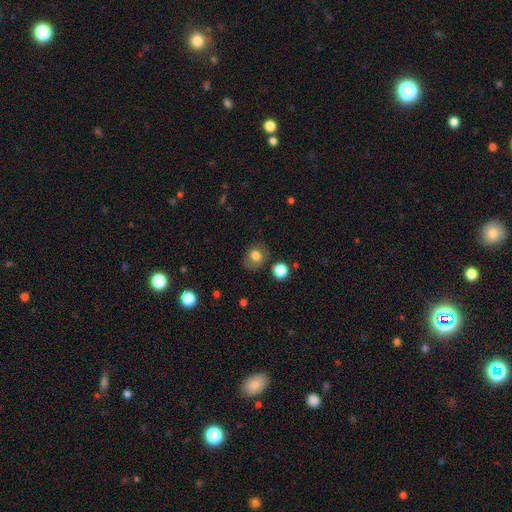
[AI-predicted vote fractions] Q: Smooth or featured?
A: smooth (76%); runner-up: featured or disk (13%)
Q: How rounded?
A: round (63%); runner-up: in between (36%)
Q: Merging?
A: none (72%); runner-up: minor disturbance (17%)